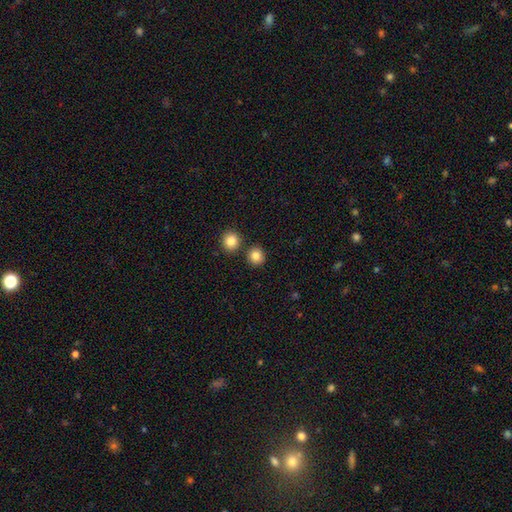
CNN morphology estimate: type=smooth (84%); roundness=round (90%); merging=none (82%).